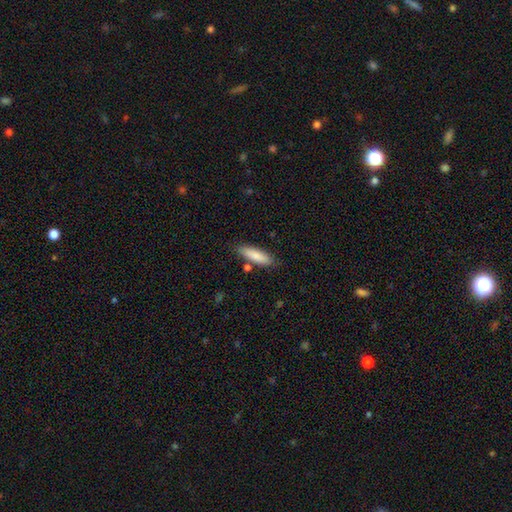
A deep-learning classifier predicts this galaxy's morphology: Overall: smooth (84%). How rounded: cigar-shaped (59%; in between 39%). Merging: none (79%).